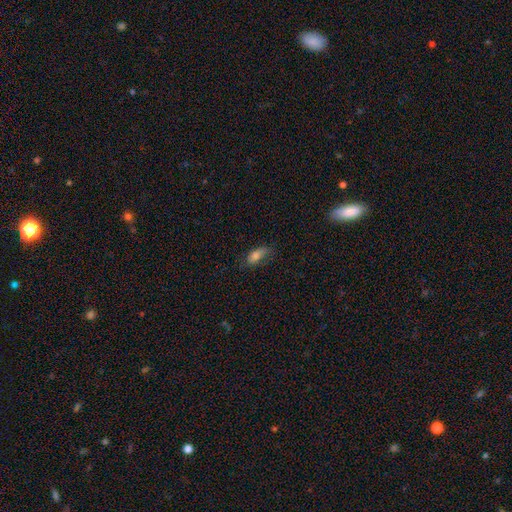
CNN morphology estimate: The model was most divided on "merging": none: 61%, minor disturbance: 28%, major disturbance: 9%, merger: 2%. More confident: how rounded — in between (81%); smooth or featured — smooth (78%).